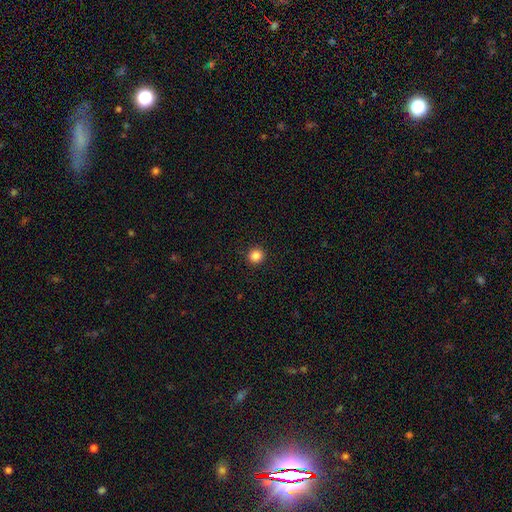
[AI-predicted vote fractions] Smooth or featured? smooth (86%)
How rounded? round (94%)
Merging? none (93%)